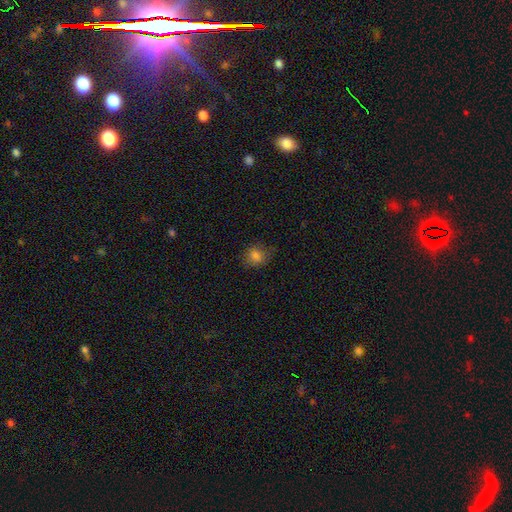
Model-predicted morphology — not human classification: type=smooth (81%); roundness=round (66%); merging=none (77%).